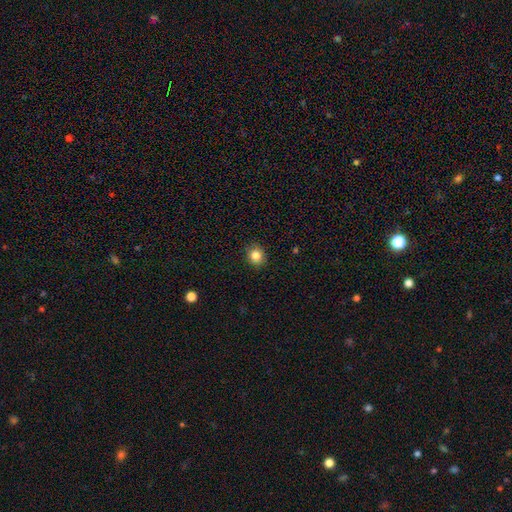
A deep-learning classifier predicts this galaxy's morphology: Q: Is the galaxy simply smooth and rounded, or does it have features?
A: smooth — 84%.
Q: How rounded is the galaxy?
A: round — 84%.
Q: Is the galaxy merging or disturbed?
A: none — 90%.